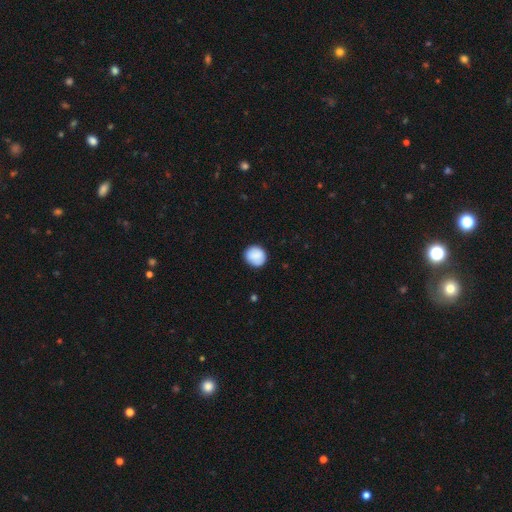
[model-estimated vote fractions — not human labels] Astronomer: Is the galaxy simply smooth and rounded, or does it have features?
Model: smooth — 87%.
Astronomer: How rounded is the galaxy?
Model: round — 85%.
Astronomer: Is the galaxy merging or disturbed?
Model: none — 85%.